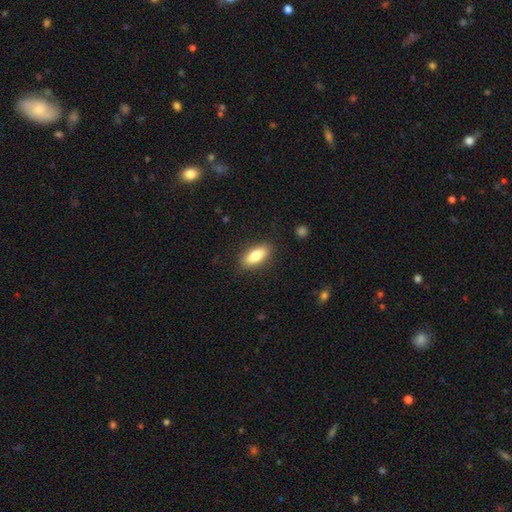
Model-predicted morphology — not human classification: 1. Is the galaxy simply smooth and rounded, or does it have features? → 79% smooth, 15% featured or disk, 7% star or artifact.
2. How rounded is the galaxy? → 76% in between, 21% cigar-shaped, 3% round.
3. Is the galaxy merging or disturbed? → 86% none, 10% minor disturbance, 3% major disturbance, 1% merger.